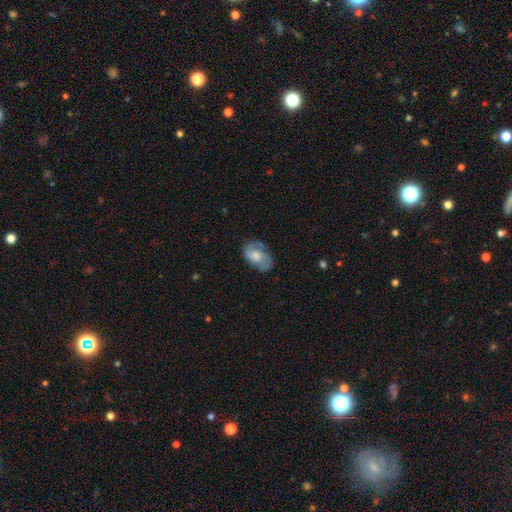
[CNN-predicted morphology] type=smooth (48%); merging=none (64%).